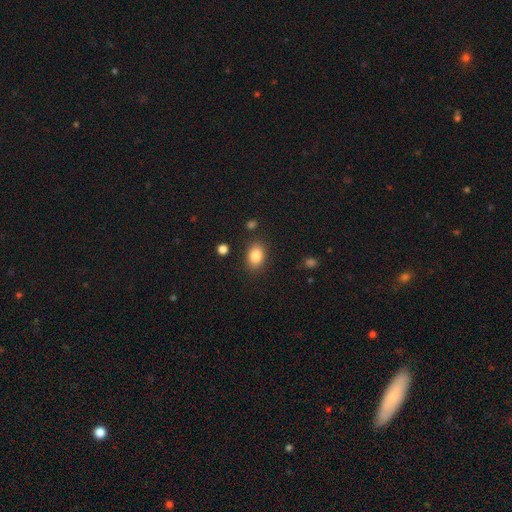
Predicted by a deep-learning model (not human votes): Morphology: type=smooth (85%); roundness=in between (75%); merging=none (85%).